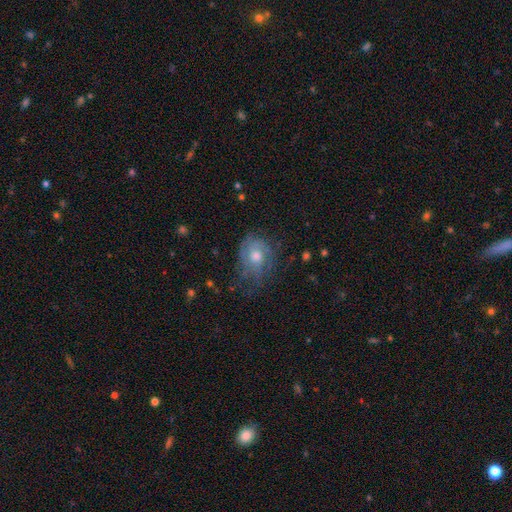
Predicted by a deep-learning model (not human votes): smooth_or_featured: featured or disk (p=0.62) [alt: smooth p=0.28]
disk_edge_on: no (p=0.96) [alt: yes p=0.04]
bar: no (p=0.79) [alt: weak p=0.19]
has_spiral_arms: yes (p=0.80) [alt: no p=0.20]
bulge_size: moderate (p=0.68) [alt: large p=0.16]
merging: none (p=0.56) [alt: minor disturbance p=0.25]